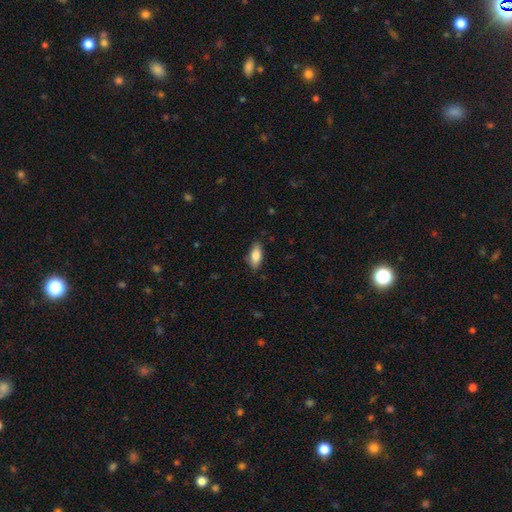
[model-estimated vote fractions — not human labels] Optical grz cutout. It shows a smooth galaxy with no disk features (82%) that is in between round and cigar-shaped (85%). Merging: none (83%).